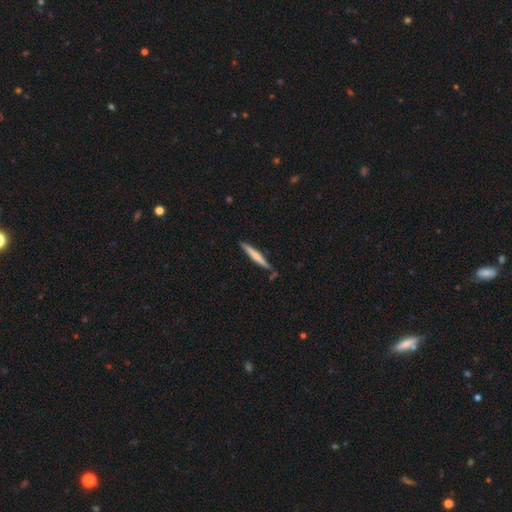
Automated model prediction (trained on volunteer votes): Morphology: type=smooth (58%); roundness=cigar-shaped (96%); merging=none (82%).